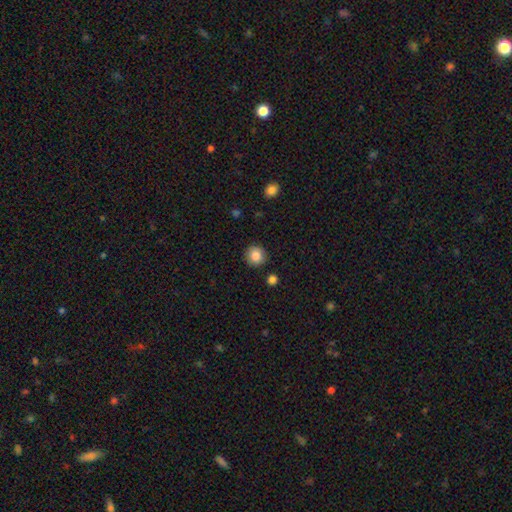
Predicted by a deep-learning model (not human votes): Smooth or featured? Predicted: smooth (p=0.84). How rounded? Predicted: round (p=0.94). Merging? Predicted: none (p=0.91).